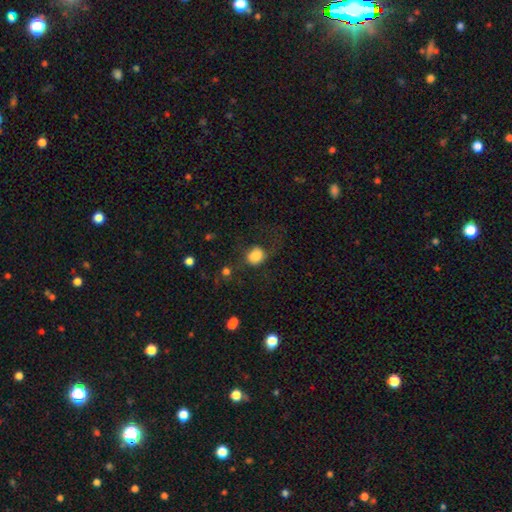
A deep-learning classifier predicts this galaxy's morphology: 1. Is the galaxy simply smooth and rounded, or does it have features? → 82% smooth, 9% featured or disk, 9% star or artifact.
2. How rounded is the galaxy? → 70% round, 29% in between, 1% cigar-shaped.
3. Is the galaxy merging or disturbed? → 53% none, 24% major disturbance, 20% minor disturbance, 3% merger.